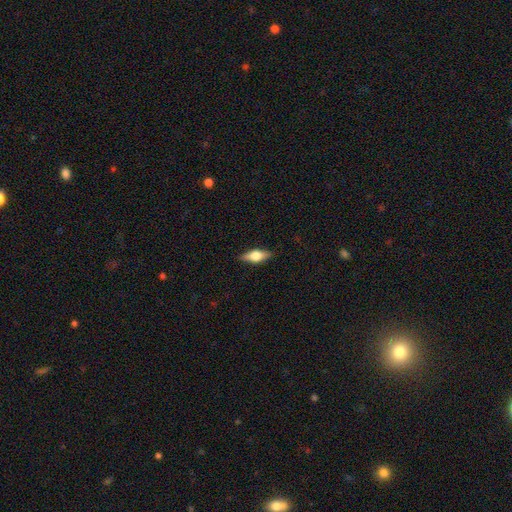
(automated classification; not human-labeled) Q: Smooth or featured?
A: smooth (54%); runner-up: featured or disk (39%)
Q: How rounded?
A: in between (70%); runner-up: cigar-shaped (26%)
Q: Merging?
A: none (87%); runner-up: minor disturbance (10%)